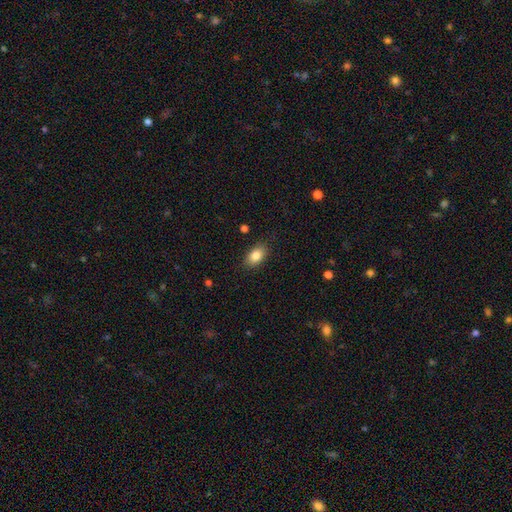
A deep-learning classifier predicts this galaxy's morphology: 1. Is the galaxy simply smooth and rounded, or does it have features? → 84% smooth, 8% star or artifact, 8% featured or disk.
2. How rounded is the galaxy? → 89% in between, 9% round, 2% cigar-shaped.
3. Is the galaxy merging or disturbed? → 85% none, 11% minor disturbance, 3% major disturbance, 1% merger.